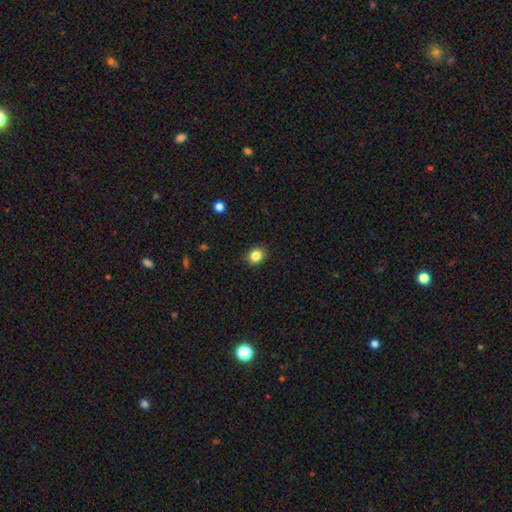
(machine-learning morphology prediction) A smooth galaxy with no disk features (84%) that is round (64%).

Vote fractions:
- Smooth or featured? smooth: 84% / star or artifact: 11% / featured or disk: 5%
- How rounded? round: 64% / in between: 35% / cigar-shaped: 1%
- Merging? none: 88% / minor disturbance: 9% / major disturbance: 2% / merger: 1%